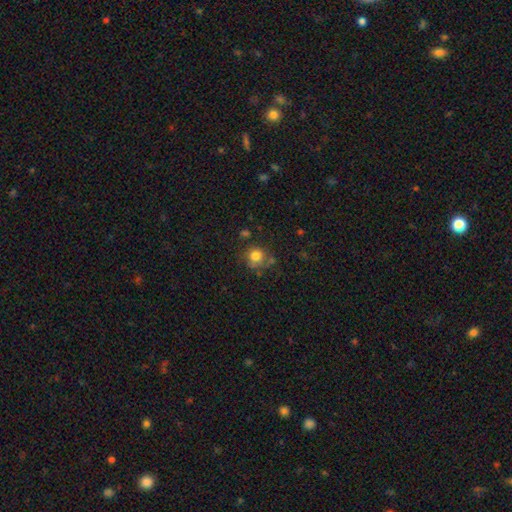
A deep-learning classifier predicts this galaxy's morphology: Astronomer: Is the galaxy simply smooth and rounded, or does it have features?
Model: smooth — 80%.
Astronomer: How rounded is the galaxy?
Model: round — 86%.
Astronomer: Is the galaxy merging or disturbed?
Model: none — 65%.